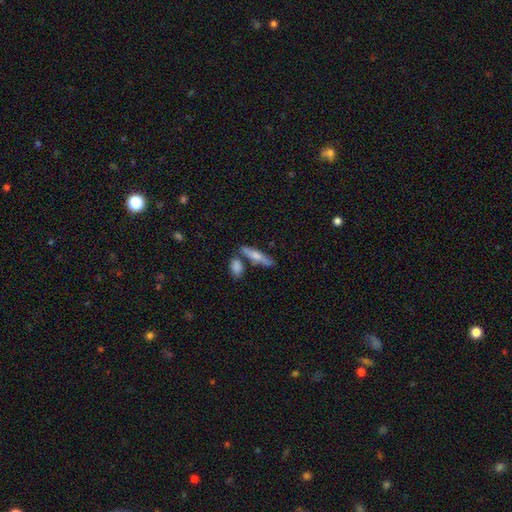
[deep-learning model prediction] Morphology: type=smooth (63%); roundness=cigar-shaped (73%); merging=none (66%).